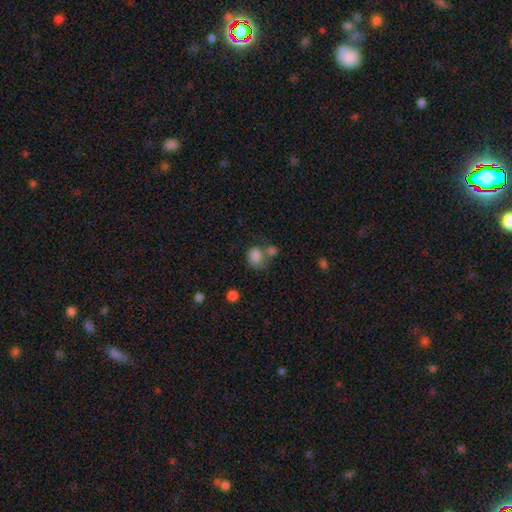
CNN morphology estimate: Smooth or featured? smooth (82%)
How rounded? round (66%)
Merging? merger (37%)